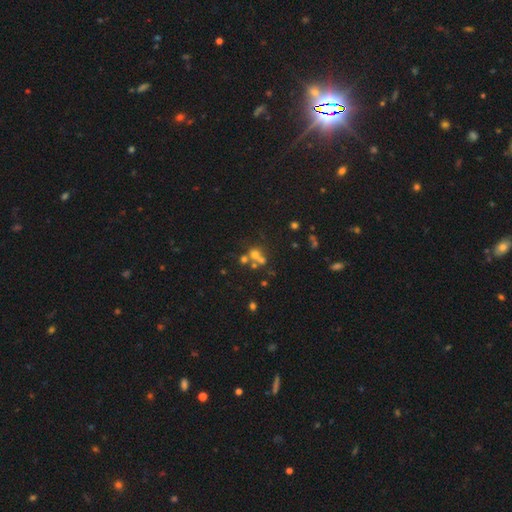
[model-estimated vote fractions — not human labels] Smooth or featured?
  - smooth: 49% *
  - star or artifact: 28%
  - featured or disk: 22%
Merging?
  - merger: 44% *
  - none: 38%
  - minor disturbance: 9%
  - major disturbance: 9%